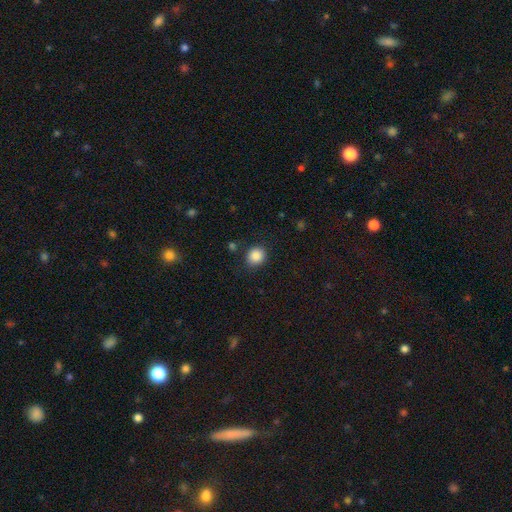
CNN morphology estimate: This appears to be a smooth galaxy with no disk features (87%) that is round (81%). Merging: none (85%).